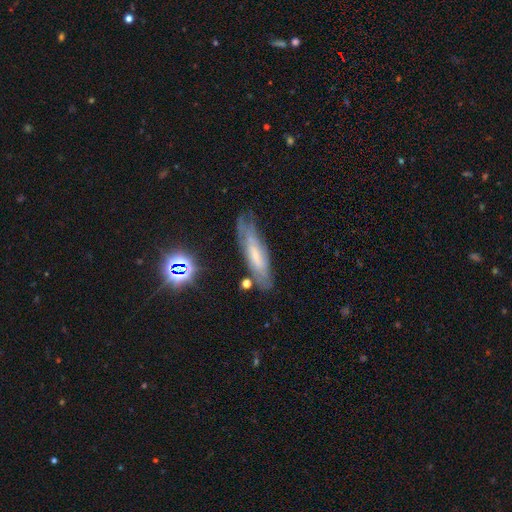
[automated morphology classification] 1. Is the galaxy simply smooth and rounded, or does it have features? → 53% featured or disk, 35% smooth, 12% star or artifact.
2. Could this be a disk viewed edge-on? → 57% no, 43% yes.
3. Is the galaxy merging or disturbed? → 63% none, 25% minor disturbance, 9% major disturbance, 3% merger.